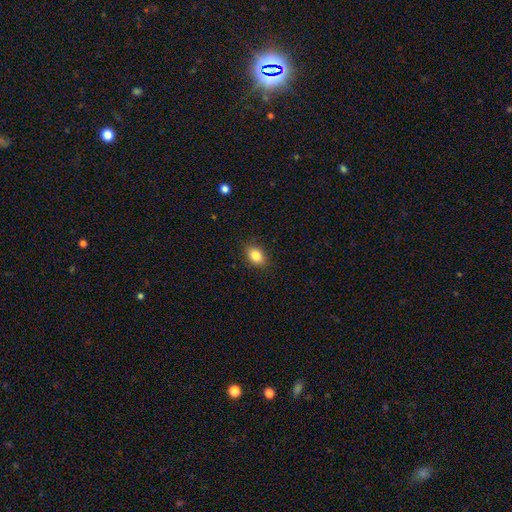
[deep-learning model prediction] smooth-or-featured: smooth: 85% | star or artifact: 9% | featured or disk: 6%
  how-rounded: in between: 79% | round: 19% | cigar-shaped: 2%
  merging: none: 87% | minor disturbance: 10% | major disturbance: 2% | merger: 1%